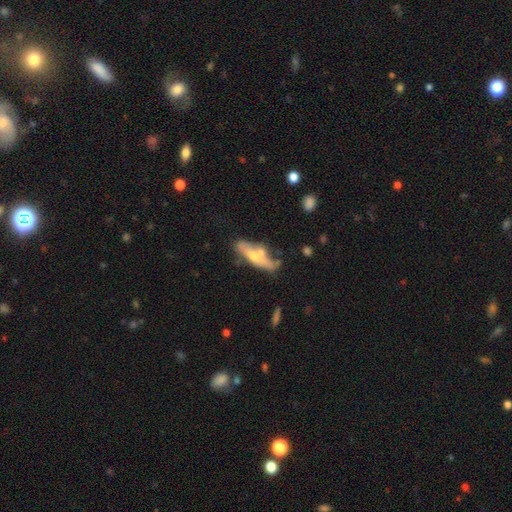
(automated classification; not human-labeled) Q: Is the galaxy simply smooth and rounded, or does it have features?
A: featured or disk — 50%.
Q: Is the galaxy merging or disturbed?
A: none — 39%.